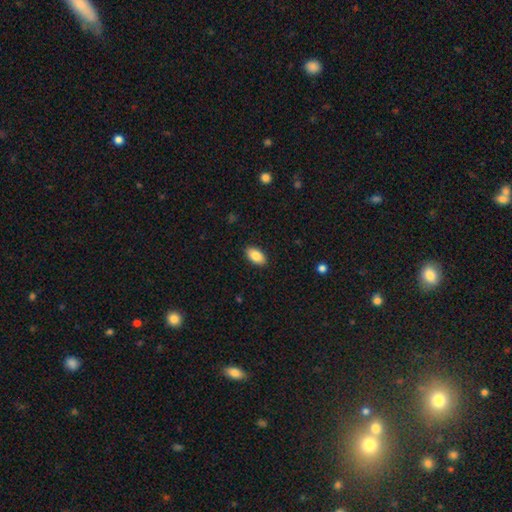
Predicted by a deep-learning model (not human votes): The model was most divided on "smooth or featured": smooth: 86%, featured or disk: 8%, star or artifact: 7%. More confident: how rounded — in between (94%); merging — none (90%).